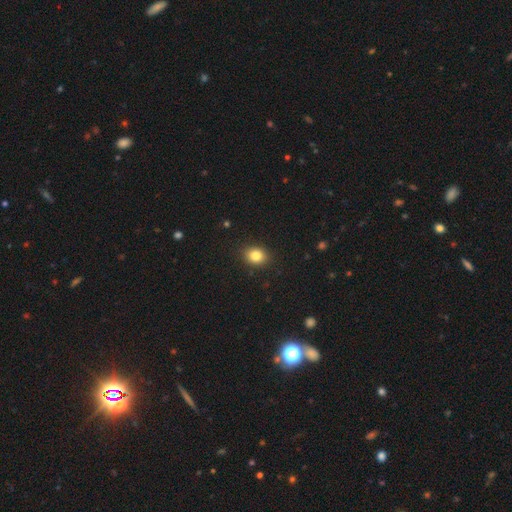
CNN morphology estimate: This is clearly a smooth galaxy (83%). How rounded: possibly in between (52%). Merging: clearly none (89%).